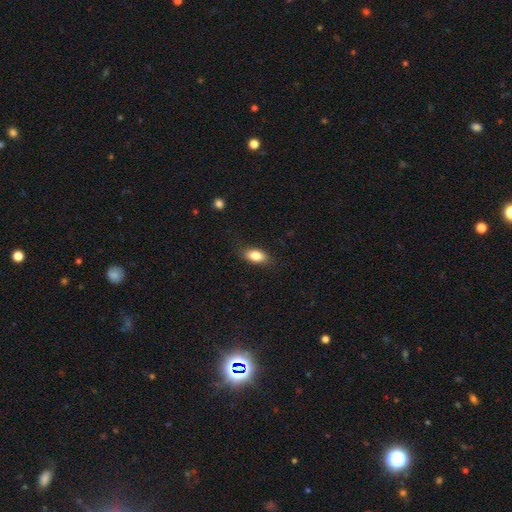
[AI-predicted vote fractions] Smooth or featured? smooth (83%)
How rounded? in between (87%)
Merging? none (81%)